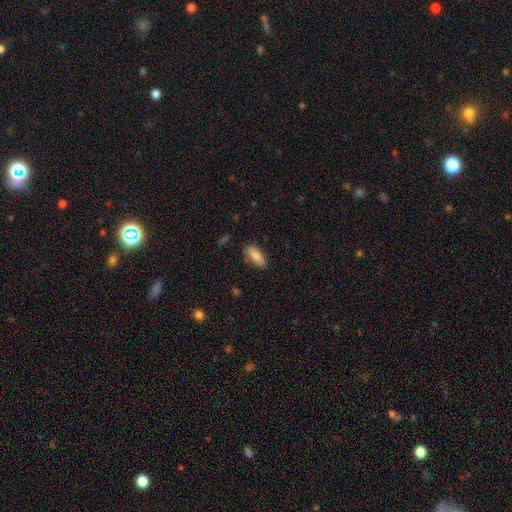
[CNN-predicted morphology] Smooth or featured? smooth (82%)
How rounded? in between (76%)
Merging? none (80%)